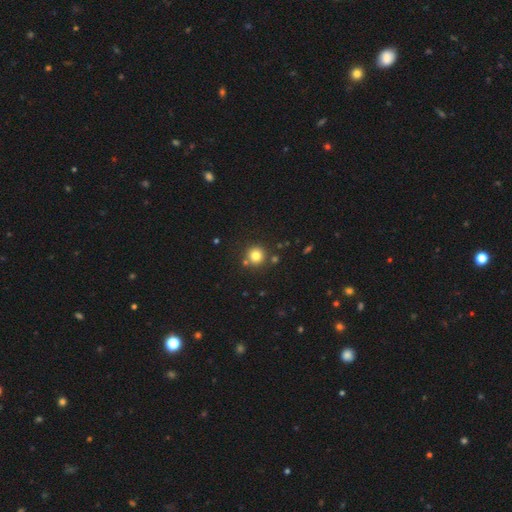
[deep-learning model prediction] Smooth or featured? smooth (80%)
How rounded? round (94%)
Merging? none (81%)